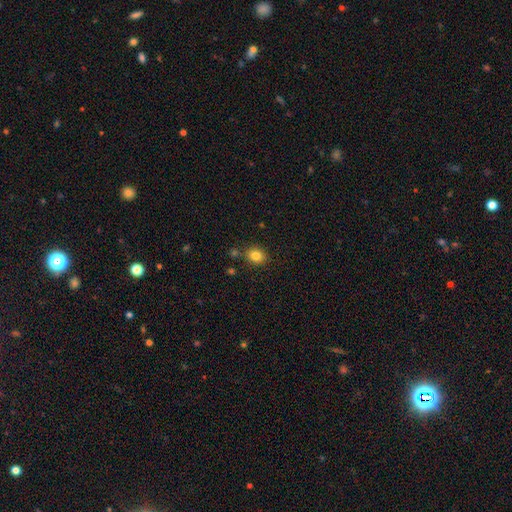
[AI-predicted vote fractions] Morphology: type=smooth (83%); roundness=round (57%); merging=none (79%).